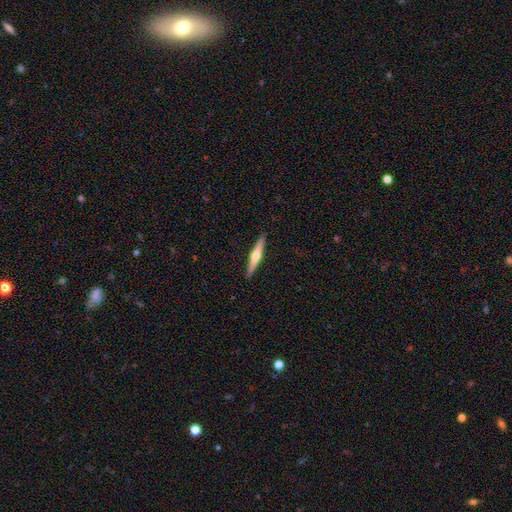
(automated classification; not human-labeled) Morphology: type=featured or disk (68%); edge-on=yes (98%); edge-on bulge=rounded (93%); merging=none (92%).